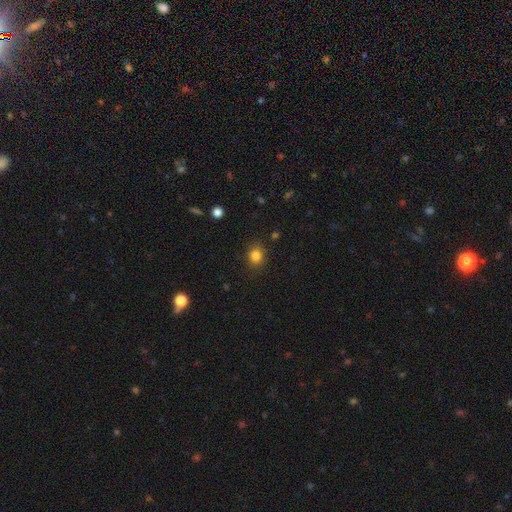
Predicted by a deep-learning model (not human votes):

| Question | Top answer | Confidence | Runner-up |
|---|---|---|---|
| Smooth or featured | smooth | 83% | star or artifact (12%) |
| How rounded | round | 65% | in between (34%) |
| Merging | none | 87% | minor disturbance (9%) |